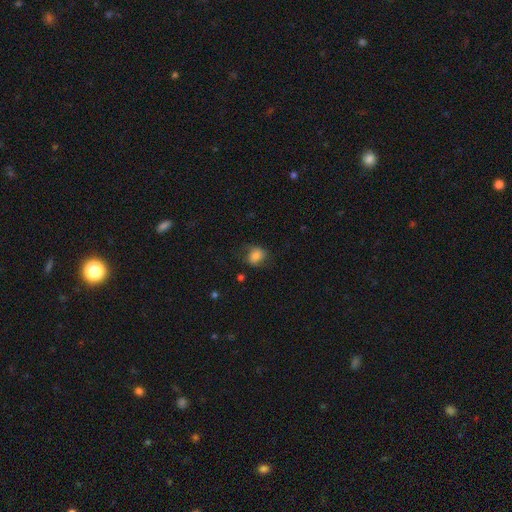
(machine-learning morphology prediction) Smooth or featured?
  - smooth: 77% *
  - featured or disk: 13%
  - star or artifact: 10%
How rounded?
  - in between: 53% *
  - round: 46%
  - cigar-shaped: 1%
Merging?
  - none: 61% *
  - minor disturbance: 24%
  - major disturbance: 13%
  - merger: 2%